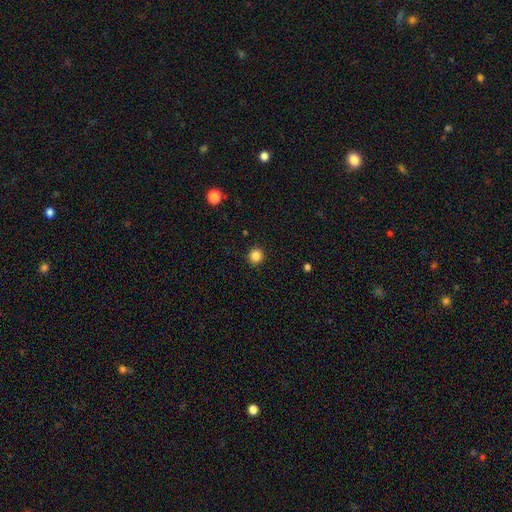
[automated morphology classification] Smooth or featured? Predicted: smooth (p=0.85). How rounded? Predicted: round (p=0.94). Merging? Predicted: none (p=0.93).